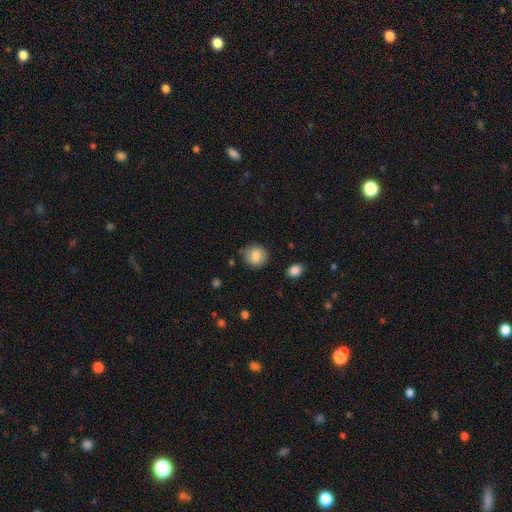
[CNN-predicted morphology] smooth-or-featured: smooth: 82% | featured or disk: 9% | star or artifact: 9%
  how-rounded: round: 81% | in between: 18% | cigar-shaped: 1%
  merging: none: 81% | minor disturbance: 13% | major disturbance: 3% | merger: 2%